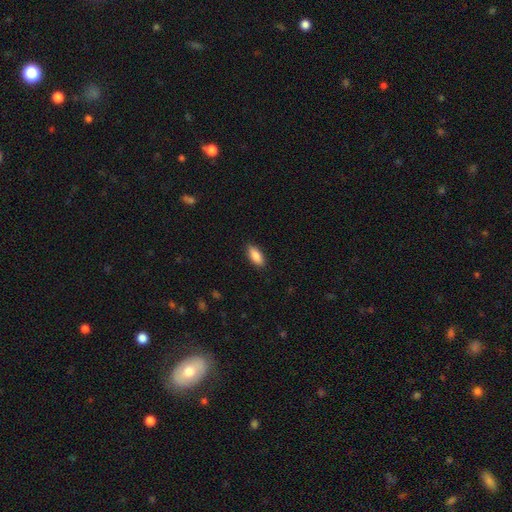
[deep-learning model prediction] Morphology: type=smooth (86%); roundness=in between (82%); merging=none (87%).